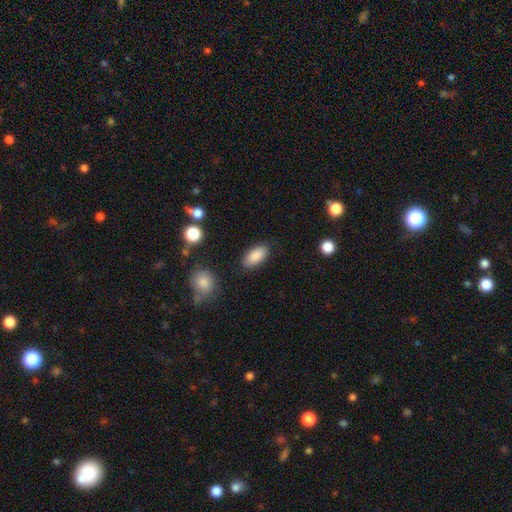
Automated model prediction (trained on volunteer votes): smooth_or_featured: smooth (p=0.88) [alt: star or artifact p=0.07]
how_rounded: in between (p=0.92) [alt: cigar-shaped p=0.05]
merging: none (p=0.85) [alt: minor disturbance p=0.10]